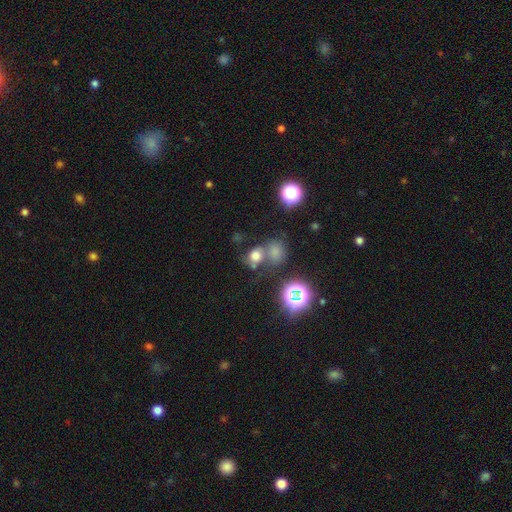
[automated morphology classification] smooth_or_featured: smooth (p=0.65) [alt: star or artifact p=0.24]
how_rounded: round (p=0.62) [alt: in between p=0.37]
merging: none (p=0.45) [alt: merger p=0.37]